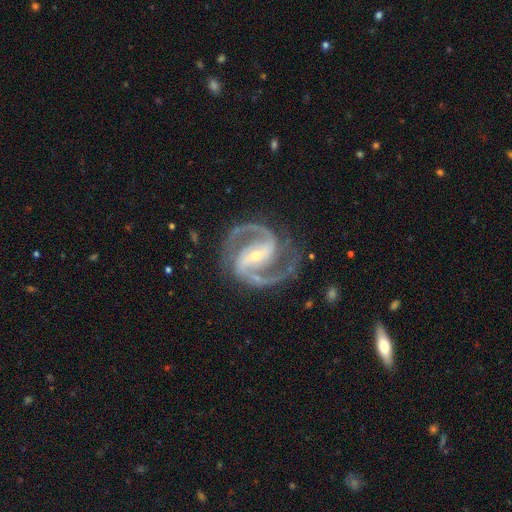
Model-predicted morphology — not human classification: Overall: featured or disk (93%). Edge-on disk: no (98%). Bar: strong (55%; weak 30%). Spiral arms: yes (99%). Spiral arm count: 2 (93%). Spiral winding: medium (67%). Bulge size: small (66%; moderate 30%). Merging: none (81%).